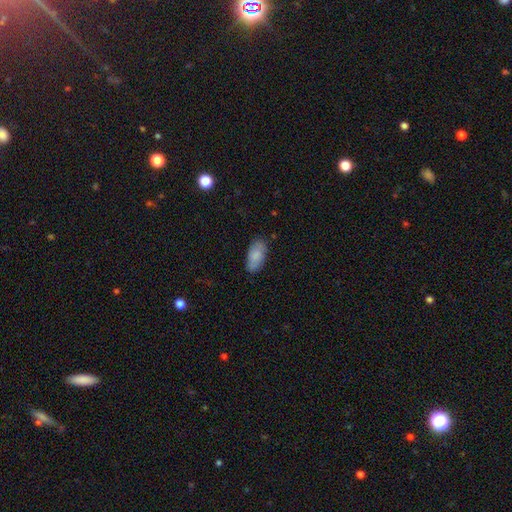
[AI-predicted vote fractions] Q: Smooth or featured?
A: smooth (81%); runner-up: featured or disk (13%)
Q: How rounded?
A: in between (94%); runner-up: cigar-shaped (4%)
Q: Merging?
A: none (80%); runner-up: minor disturbance (15%)